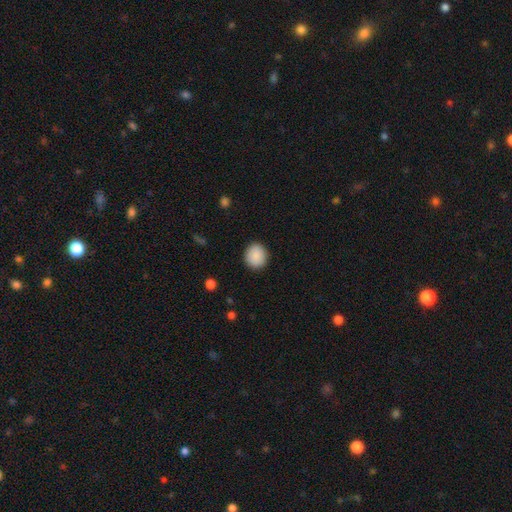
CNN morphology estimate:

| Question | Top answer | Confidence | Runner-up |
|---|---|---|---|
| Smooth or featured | smooth | 89% | star or artifact (8%) |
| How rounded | round | 82% | in between (17%) |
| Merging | none | 90% | minor disturbance (7%) |